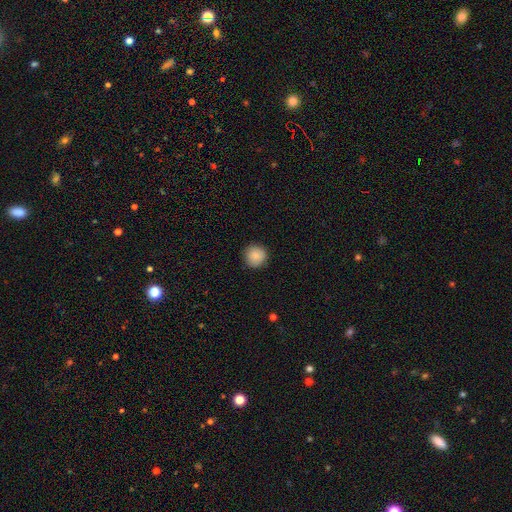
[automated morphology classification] Smooth or featured? smooth (87%)
How rounded? round (94%)
Merging? none (90%)